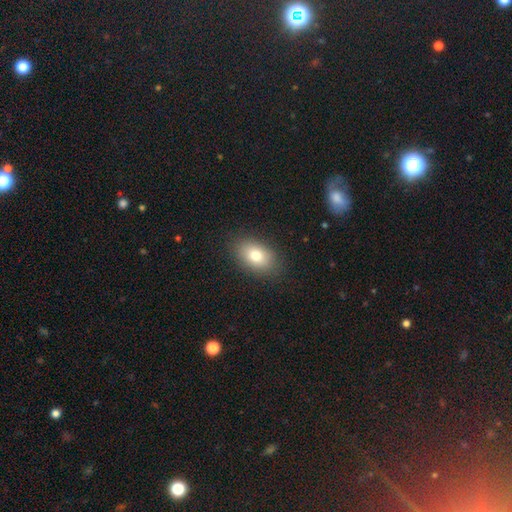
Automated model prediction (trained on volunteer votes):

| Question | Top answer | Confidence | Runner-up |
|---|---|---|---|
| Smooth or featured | smooth | 77% | featured or disk (13%) |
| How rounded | in between | 83% | round (15%) |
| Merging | none | 87% | minor disturbance (9%) |